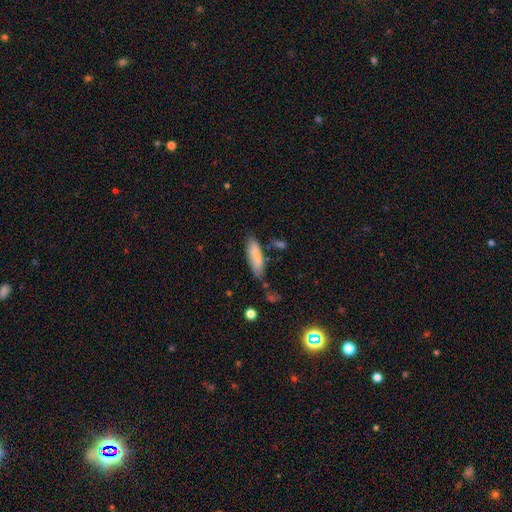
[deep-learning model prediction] The model was most divided on "how rounded": cigar-shaped: 50%, in between: 48%, round: 2%. More confident: smooth or featured — smooth (81%); merging — none (66%).